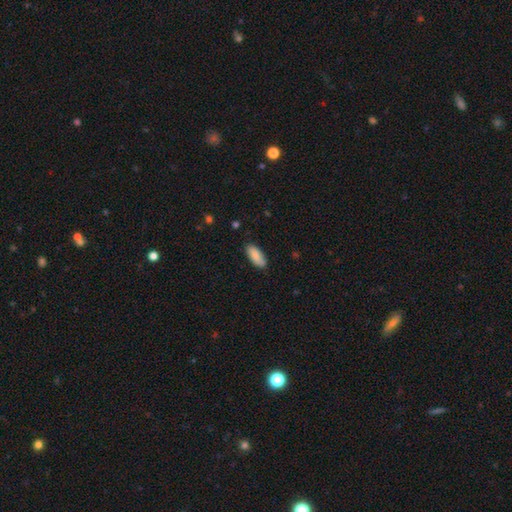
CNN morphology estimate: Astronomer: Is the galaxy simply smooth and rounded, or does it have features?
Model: smooth — 88%.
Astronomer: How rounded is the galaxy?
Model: in between — 85%.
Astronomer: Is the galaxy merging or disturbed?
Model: none — 85%.